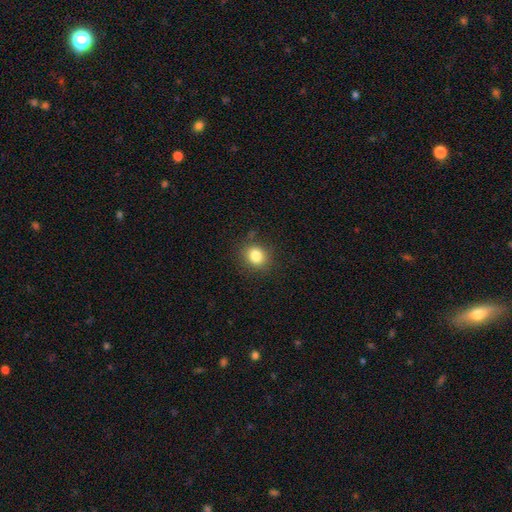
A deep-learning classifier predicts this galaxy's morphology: Smooth or featured: smooth — 82% (star or artifact — 12%)
How rounded: round — 75% (in between — 24%)
Merging: none — 85% (minor disturbance — 10%)